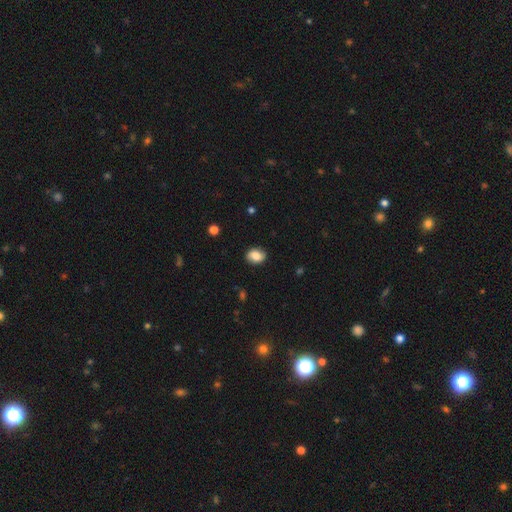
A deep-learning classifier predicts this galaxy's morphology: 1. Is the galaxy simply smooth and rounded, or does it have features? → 75% smooth, 17% featured or disk, 8% star or artifact.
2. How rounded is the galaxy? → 56% in between, 43% round, 1% cigar-shaped.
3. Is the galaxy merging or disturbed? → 86% none, 11% minor disturbance, 3% major disturbance, 1% merger.